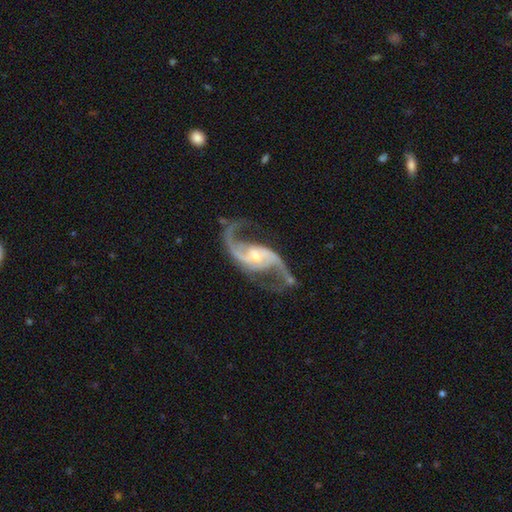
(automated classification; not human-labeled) This is clearly a featured or disk galaxy (94%). It is clearly not viewed edge-on (98%). Bar: marginally weak (40%). Spiral arm pattern: clearly yes (98%). Spiral arm count: clearly 2 (94%). Spiral winding: possibly loose (58%). Central bulge: possibly small (50%). Merging: likely none (73%).